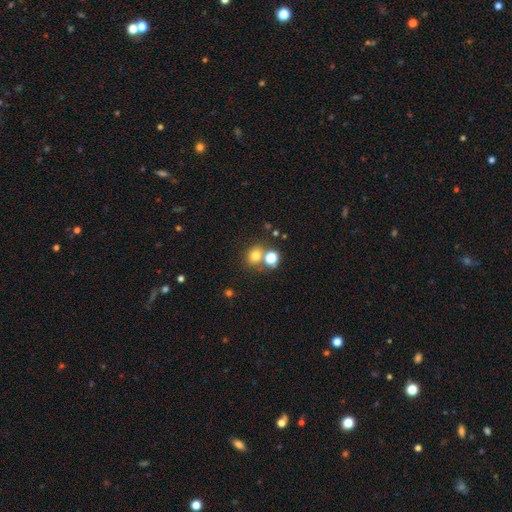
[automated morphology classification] smooth_or_featured: smooth (p=0.74) [alt: star or artifact p=0.17]
how_rounded: round (p=0.70) [alt: in between p=0.29]
merging: none (p=0.60) [alt: merger p=0.27]